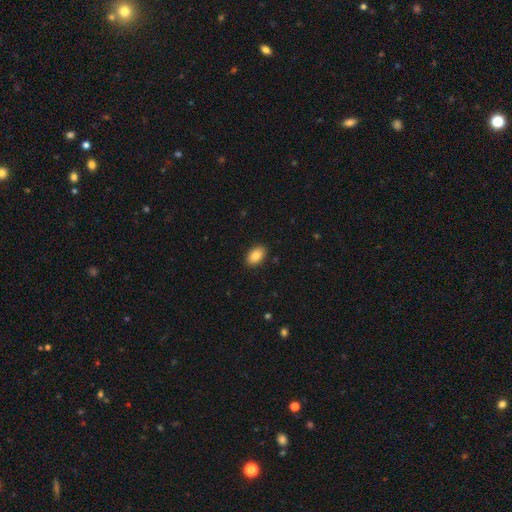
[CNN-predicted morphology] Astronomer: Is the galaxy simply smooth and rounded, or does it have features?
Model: smooth — 86%.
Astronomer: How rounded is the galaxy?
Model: in between — 90%.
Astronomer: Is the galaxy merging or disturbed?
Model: none — 89%.